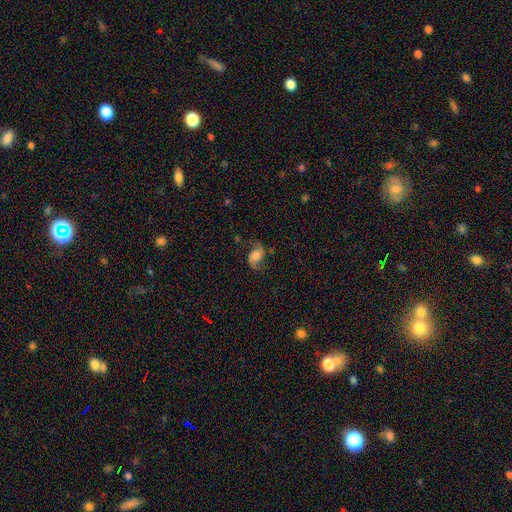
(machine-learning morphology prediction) Smooth or featured? featured or disk (60%)
Edge-on disk? no (96%)
Bar? no (64%)
Spiral arms? yes (92%)
Spiral winding? loose (64%)
Spiral arm count? 2 (90%)
Bulge size? large (32%)
Merging? none (67%)